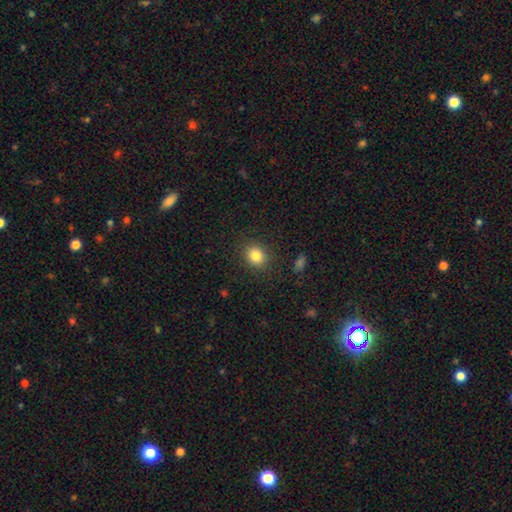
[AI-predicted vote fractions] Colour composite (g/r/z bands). It shows a smooth galaxy with no disk features (83%) that is round (66%). Merging: none (87%).